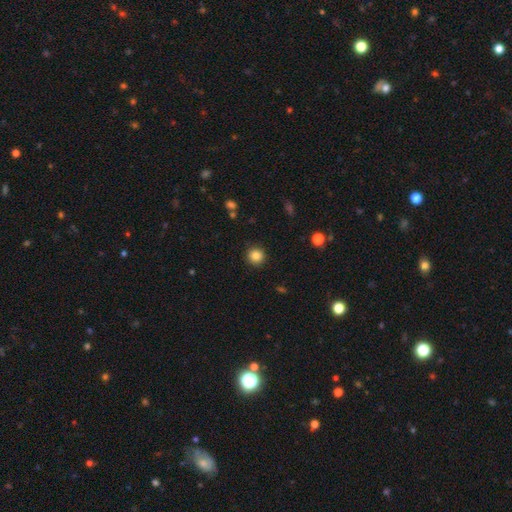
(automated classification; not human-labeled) smooth_or_featured: smooth (p=0.85) [alt: star or artifact p=0.11]
how_rounded: round (p=0.94) [alt: in between p=0.05]
merging: none (p=0.91) [alt: minor disturbance p=0.06]